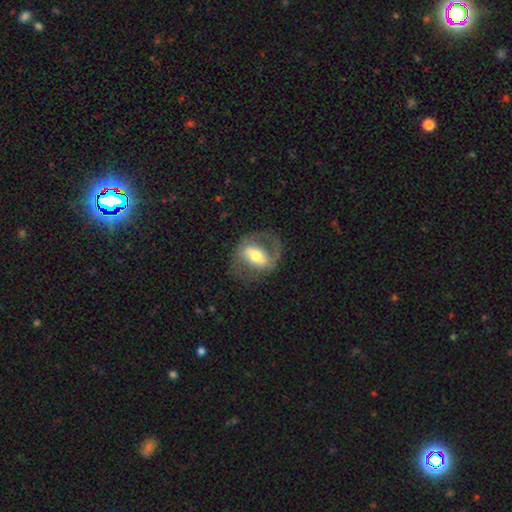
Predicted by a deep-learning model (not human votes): Q: Smooth or featured?
A: featured or disk (69%); runner-up: smooth (25%)
Q: Edge-on disk?
A: no (92%); runner-up: yes (8%)
Q: Bar?
A: strong (50%); runner-up: weak (31%)
Q: Spiral arms?
A: yes (68%); runner-up: no (32%)
Q: Bulge size?
A: moderate (64%); runner-up: small (19%)
Q: Merging?
A: none (68%); runner-up: minor disturbance (16%)